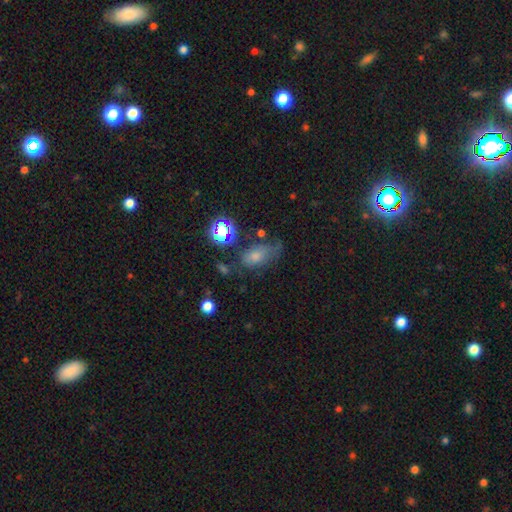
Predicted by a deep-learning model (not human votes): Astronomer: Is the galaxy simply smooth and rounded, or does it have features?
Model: smooth — 63%.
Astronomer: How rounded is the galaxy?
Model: in between — 84%.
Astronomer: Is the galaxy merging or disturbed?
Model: none — 44% (runner-up: minor disturbance, 29%).